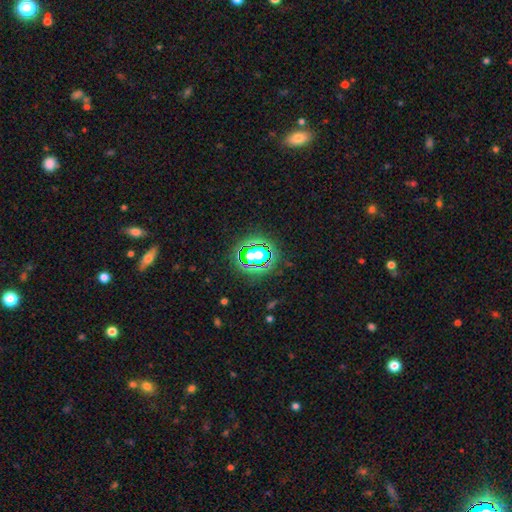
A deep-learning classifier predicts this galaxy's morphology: Smooth or featured?
  - star or artifact: 77% *
  - smooth: 14%
  - featured or disk: 8%